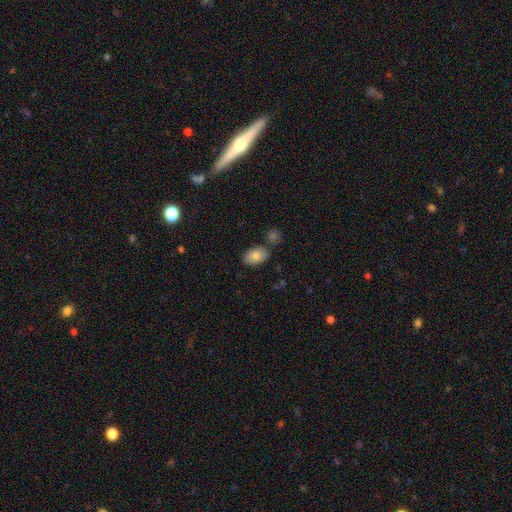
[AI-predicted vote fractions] This appears to be a smooth galaxy with no disk features (82%) that is in between round and cigar-shaped (91%). Merging: none (76%).